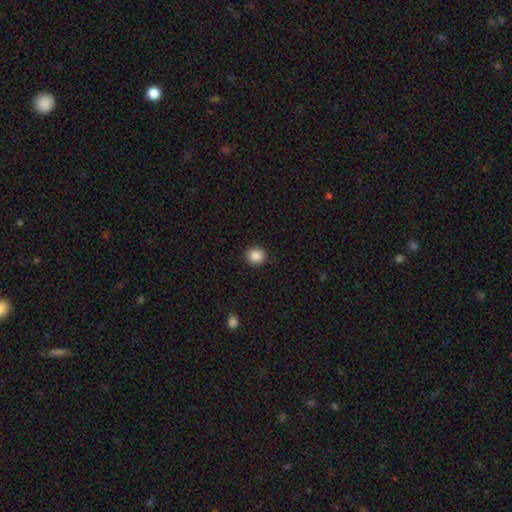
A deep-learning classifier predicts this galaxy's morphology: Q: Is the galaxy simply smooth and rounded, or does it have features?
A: smooth — 88%.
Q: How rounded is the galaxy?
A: round — 87%.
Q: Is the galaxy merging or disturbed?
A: none — 91%.